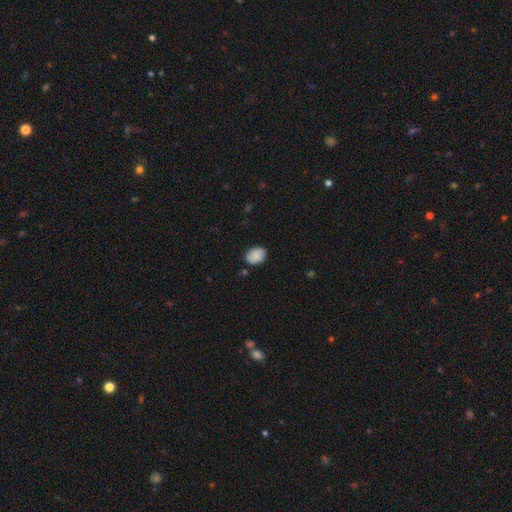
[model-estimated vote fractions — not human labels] Morphology: type=smooth (85%); roundness=in between (76%); merging=none (78%).